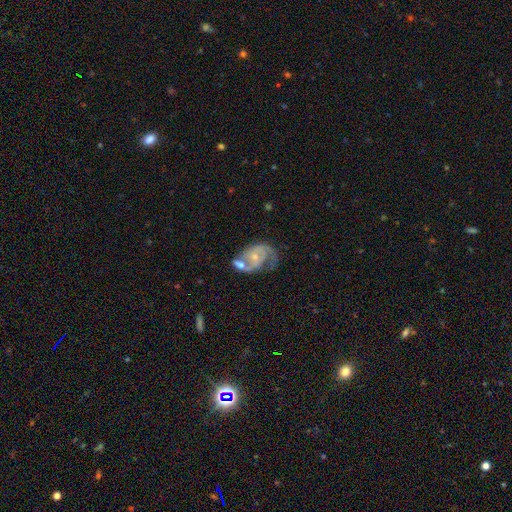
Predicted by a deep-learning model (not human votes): Overall: featured or disk (80%). Edge-on disk: no (97%). Bar: no (67%; weak 28%). Spiral arms: yes (91%). Spiral arm count: 2 (69%). Spiral winding: medium (47%; tight 29%). Bulge size: small (54%; moderate 40%). Merging: merger (39%; none 27%).